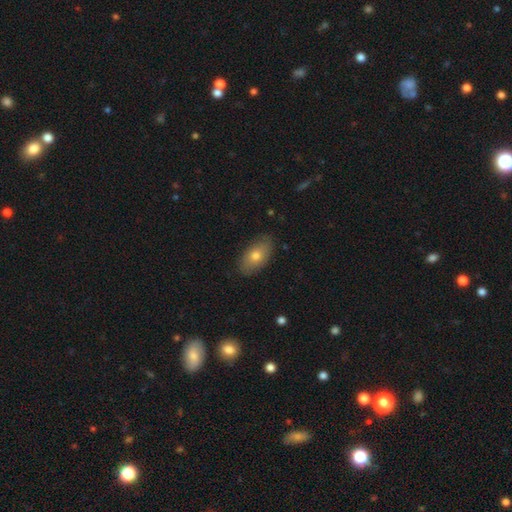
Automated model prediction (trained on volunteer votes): Smooth or featured: smooth — 73% (featured or disk — 20%)
How rounded: in between — 92% (round — 6%)
Merging: none — 83% (minor disturbance — 13%)